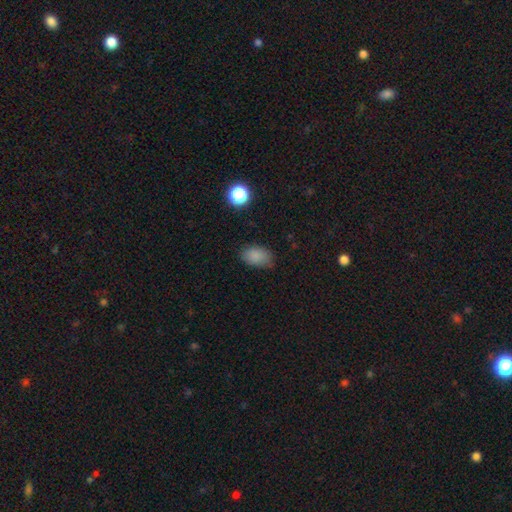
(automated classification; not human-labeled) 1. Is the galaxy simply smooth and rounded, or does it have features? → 84% smooth, 11% star or artifact, 5% featured or disk.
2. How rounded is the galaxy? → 88% in between, 11% round, 1% cigar-shaped.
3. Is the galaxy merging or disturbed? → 76% none, 19% minor disturbance, 4% major disturbance, 1% merger.